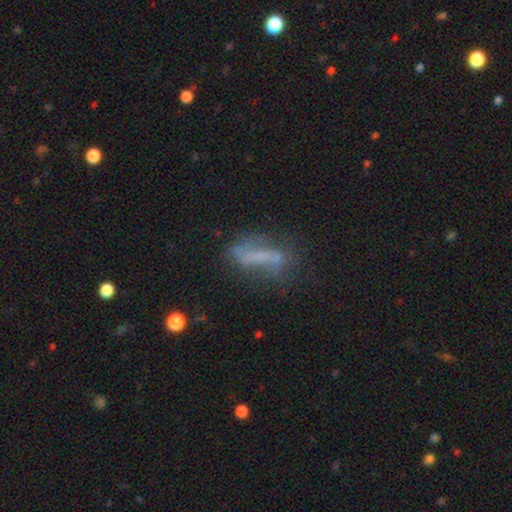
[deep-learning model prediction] Smooth or featured? featured or disk (52%)
Edge-on disk? no (81%)
Merging? none (50%)